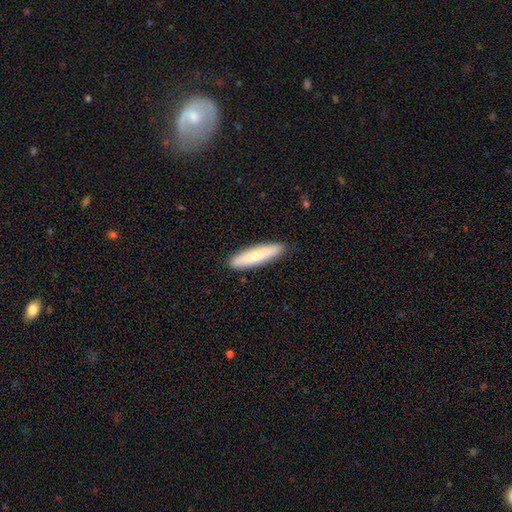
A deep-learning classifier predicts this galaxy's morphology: This appears to be a smooth galaxy with no disk features (73%) that is cigar-shaped (84%). Merging: none (91%).